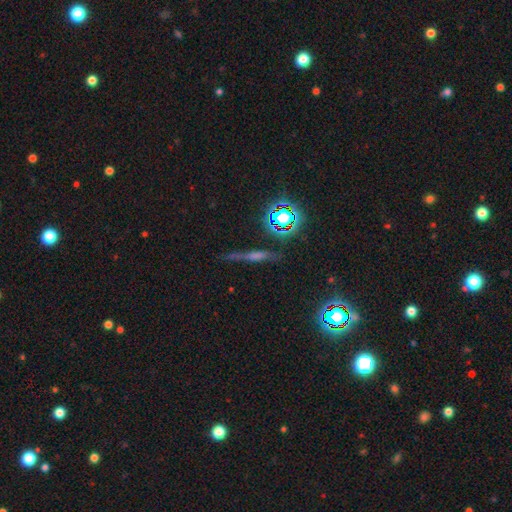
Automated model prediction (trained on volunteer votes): smooth-or-featured: featured or disk: 46% | star or artifact: 28% | smooth: 26%
  merging: none: 80% | minor disturbance: 13% | major disturbance: 4% | merger: 3%